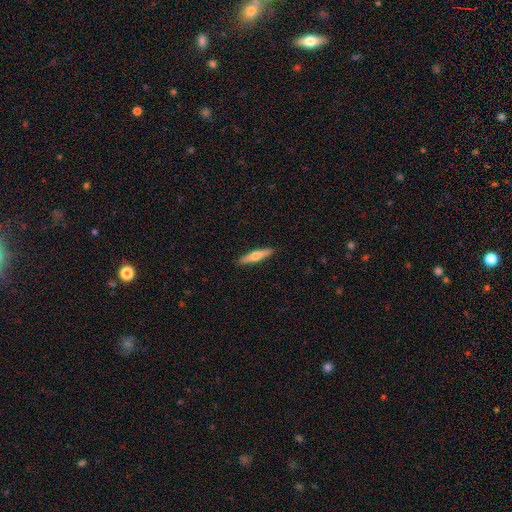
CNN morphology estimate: smooth-or-featured: smooth: 52% | featured or disk: 43% | star or artifact: 5%
  how-rounded: cigar-shaped: 84% | in between: 15% | round: 2%
  merging: none: 91% | minor disturbance: 7% | major disturbance: 1% | merger: 1%